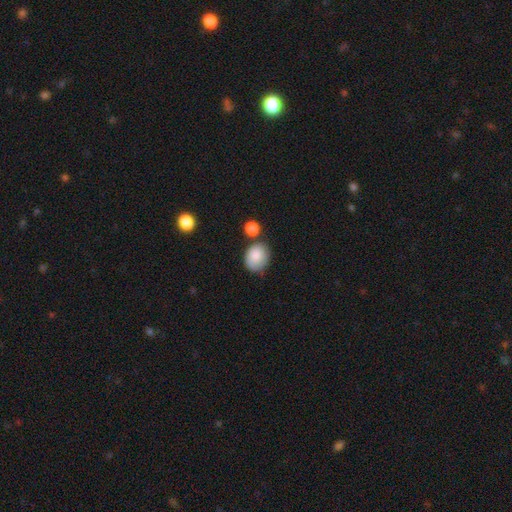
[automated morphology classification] A smooth galaxy with no disk features (85%) that is in between round and cigar-shaped (53%). Merging: none (62%).